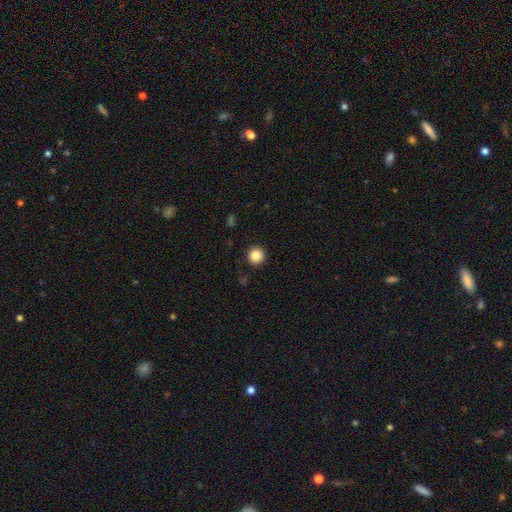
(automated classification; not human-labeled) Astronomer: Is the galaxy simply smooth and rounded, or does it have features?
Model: smooth — 86%.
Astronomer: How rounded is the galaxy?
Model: round — 95%.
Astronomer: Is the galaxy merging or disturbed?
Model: none — 92%.